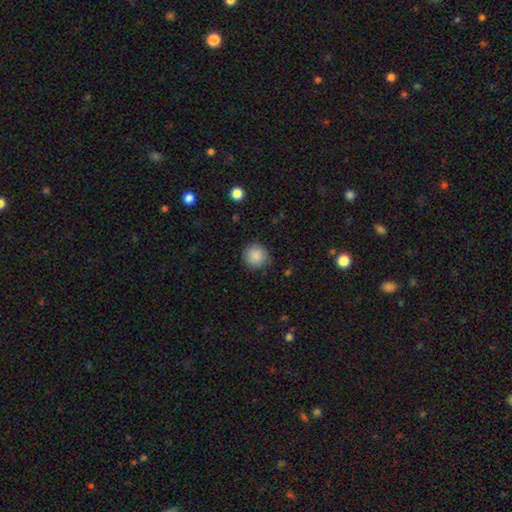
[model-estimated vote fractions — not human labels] This is clearly a smooth galaxy (88%). How rounded: clearly round (93%). Merging: clearly none (87%).